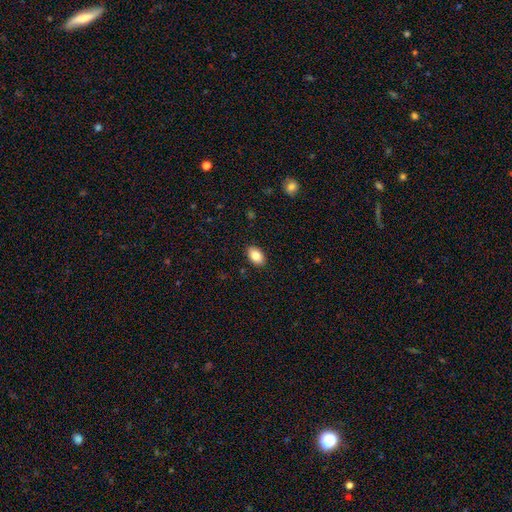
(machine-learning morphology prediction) This appears to be a smooth galaxy with no disk features (85%) that is in between round and cigar-shaped (91%). Merging: none (89%).